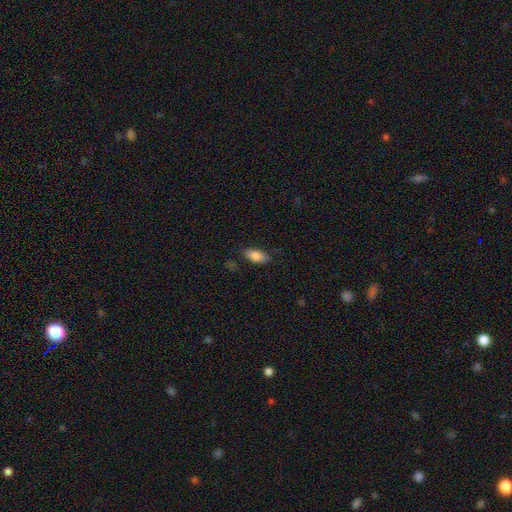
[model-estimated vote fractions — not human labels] Smooth or featured? Predicted: smooth (p=0.84). How rounded? Predicted: in between (p=0.88). Merging? Predicted: none (p=0.79).